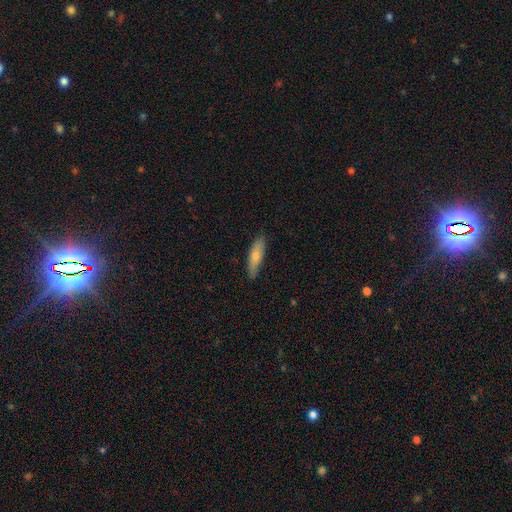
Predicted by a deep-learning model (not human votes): A smooth galaxy with no disk features (72%) that is cigar-shaped (60%). Merging: none (78%).